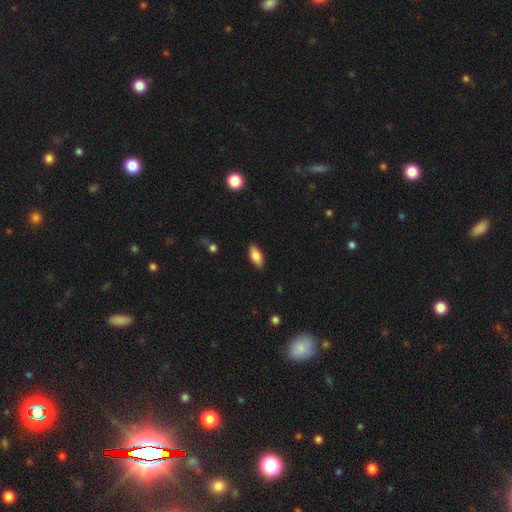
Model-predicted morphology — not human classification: Overall: smooth (86%). How rounded: in between (89%). Merging: none (86%).